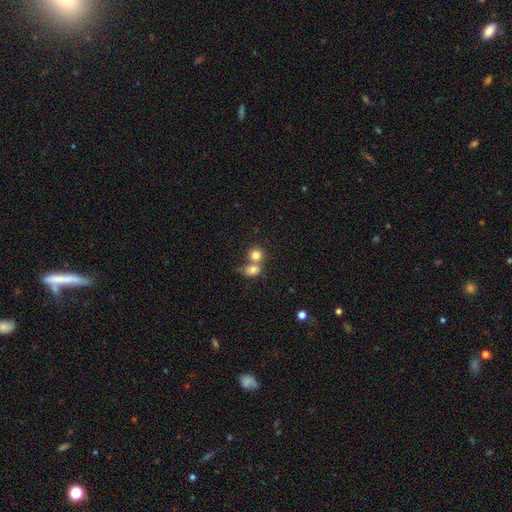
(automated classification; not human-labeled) This is likely a smooth galaxy (79%). How rounded: likely round (79%). Merging: possibly merger (54%).